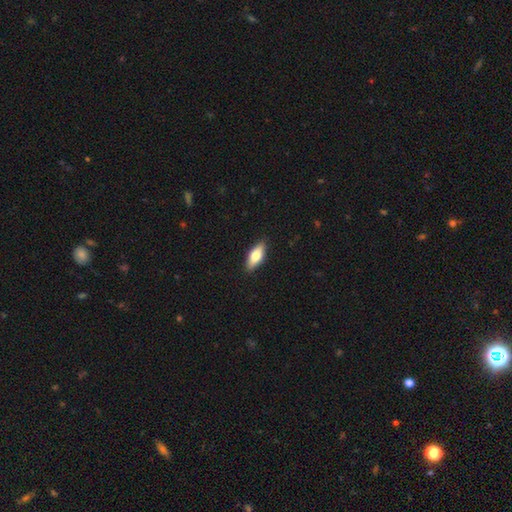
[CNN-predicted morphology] The model was most divided on "smooth or featured": smooth: 68%, featured or disk: 26%, star or artifact: 6%. More confident: merging — none (89%); how rounded — in between (71%).